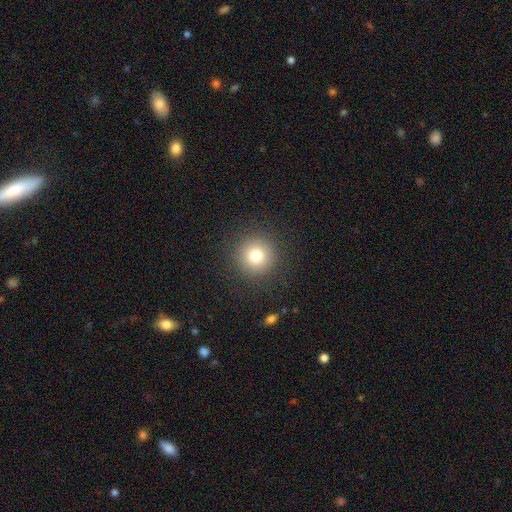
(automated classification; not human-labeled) Morphology: type=smooth (78%); roundness=round (96%); merging=none (90%).